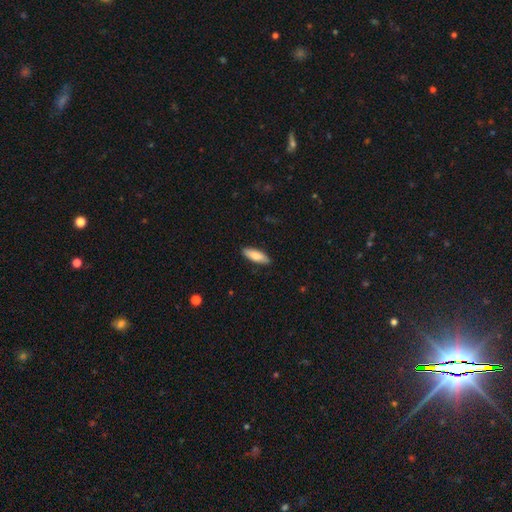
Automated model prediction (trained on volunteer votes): Smooth or featured: smooth — 83% (featured or disk — 12%)
How rounded: in between — 57% (cigar-shaped — 42%)
Merging: none — 88% (minor disturbance — 9%)